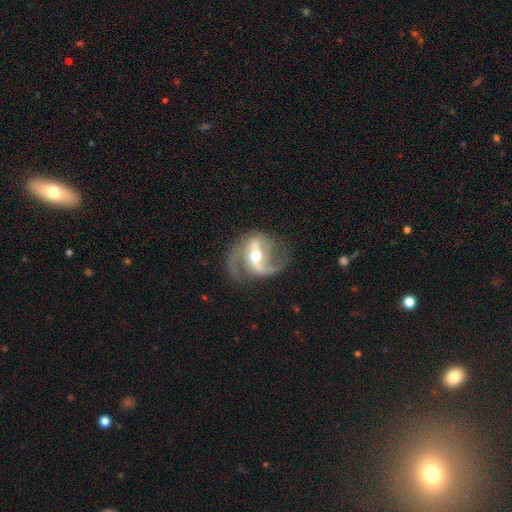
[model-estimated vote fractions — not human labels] The model was most divided on "spiral winding": medium: 49%, loose: 39%, tight: 11%. Remaining: edge-on disk — no (97%); spiral arms — yes (96%); smooth or featured — featured or disk (90%); spiral arm count — 2 (85%); merging — none (70%); bulge size — moderate (67%); bar — strong (48%).